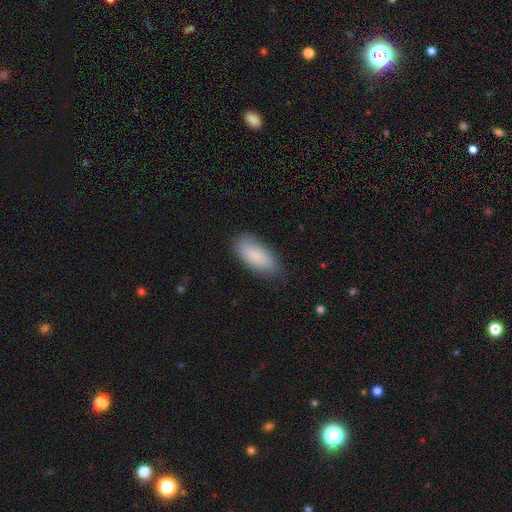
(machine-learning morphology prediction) This appears to be a smooth galaxy with no disk features (85%) that is in between round and cigar-shaped (86%). Merging: none (75%).